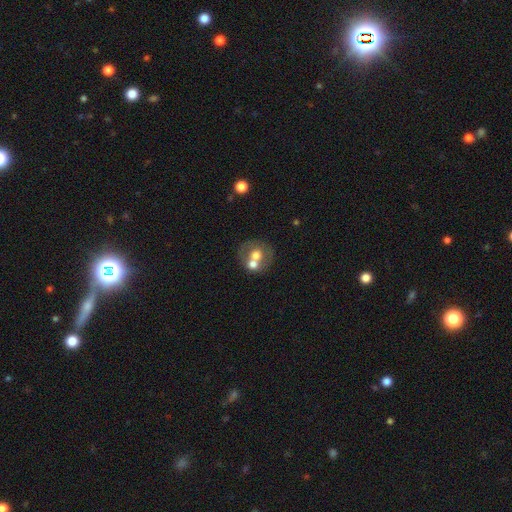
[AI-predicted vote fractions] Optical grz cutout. It shows a smooth galaxy with no disk features (55%) that is round (77%). Merging: merger (45%).